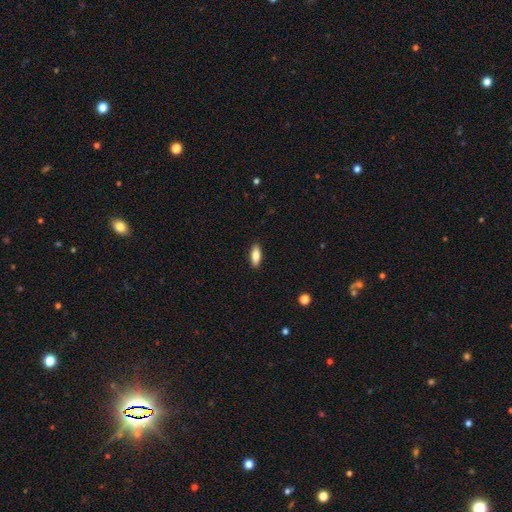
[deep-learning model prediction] This appears to be a smooth galaxy with no disk features (78%) that is in between round and cigar-shaped (72%). Merging: none (90%).